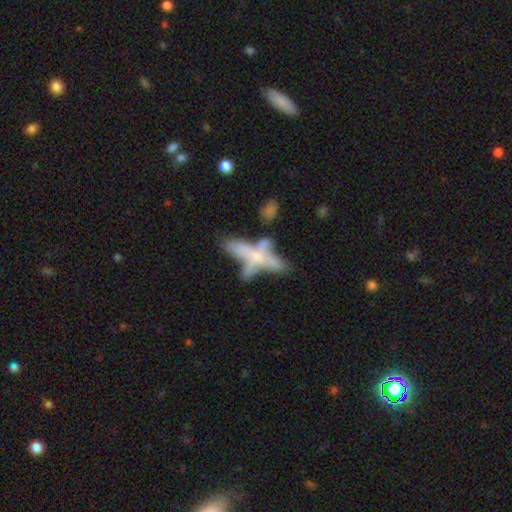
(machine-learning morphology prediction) Overall: featured or disk (48%; smooth 42%). Merging: merger (43%; none 32%).